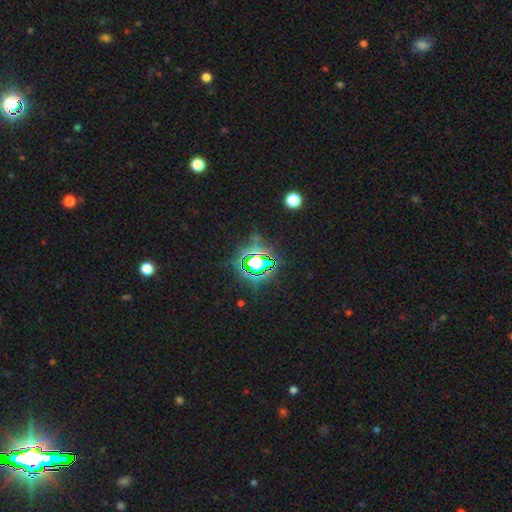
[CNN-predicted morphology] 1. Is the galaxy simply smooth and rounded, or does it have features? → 82% star or artifact, 11% smooth, 7% featured or disk.